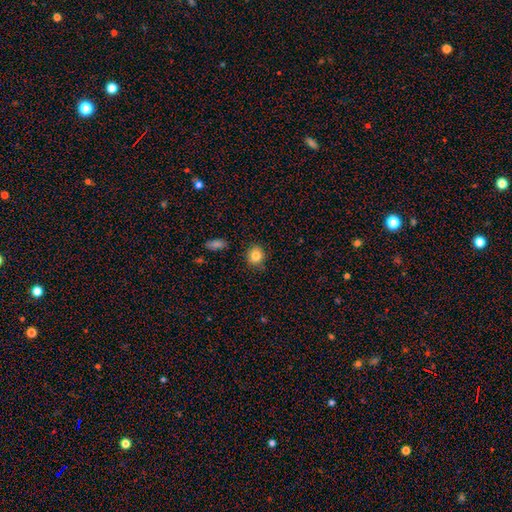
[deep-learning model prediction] Smooth or featured: smooth — 83% (star or artifact — 10%)
How rounded: round — 81% (in between — 18%)
Merging: none — 85% (minor disturbance — 11%)